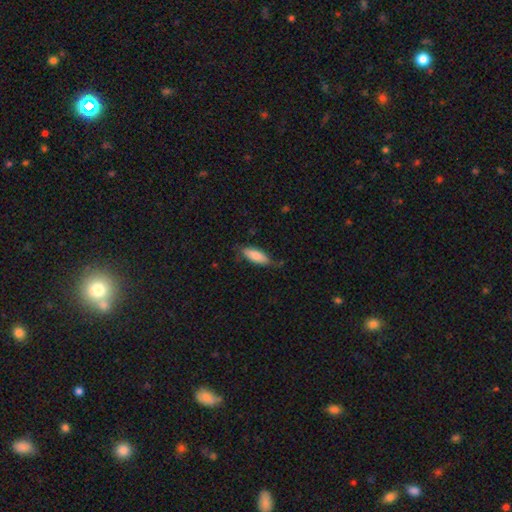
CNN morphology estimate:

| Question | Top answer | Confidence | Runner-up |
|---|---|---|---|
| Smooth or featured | smooth | 82% | featured or disk (12%) |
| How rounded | in between | 70% | cigar-shaped (28%) |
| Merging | none | 67% | minor disturbance (26%) |